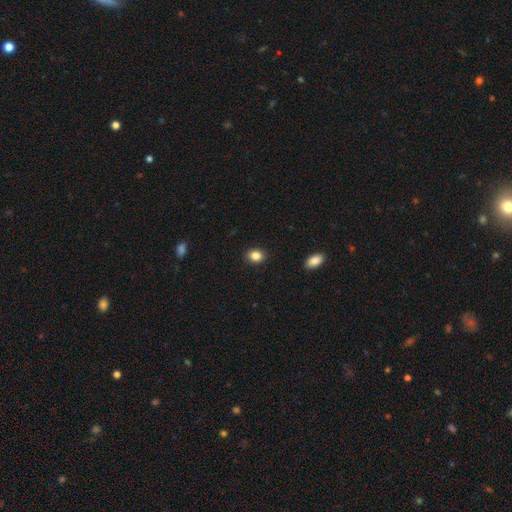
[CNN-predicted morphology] Smooth or featured? Predicted: smooth (p=0.85). How rounded? Predicted: round (p=0.52). Merging? Predicted: none (p=0.90).